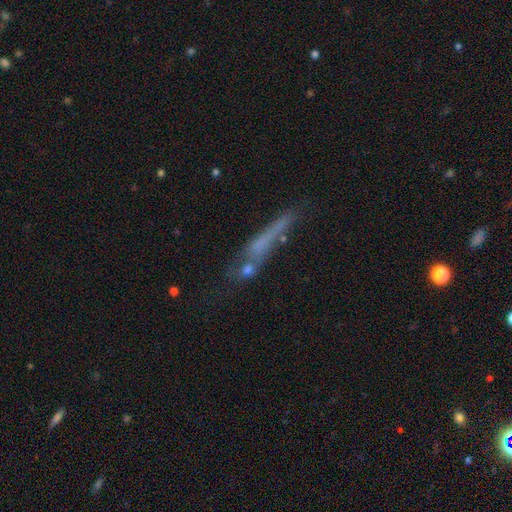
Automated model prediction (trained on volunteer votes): A featured or disk galaxy (42%). Merging: none (53%).